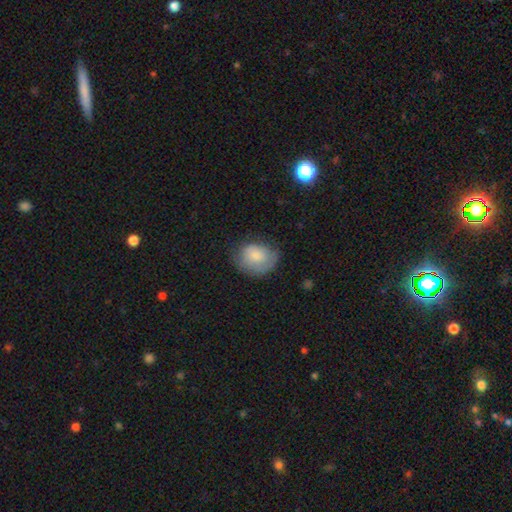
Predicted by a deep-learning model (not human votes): smooth 71%, featured or disk 22%, star or artifact 7%. Down the decision tree: how rounded — round (53%); merging — none (57%).